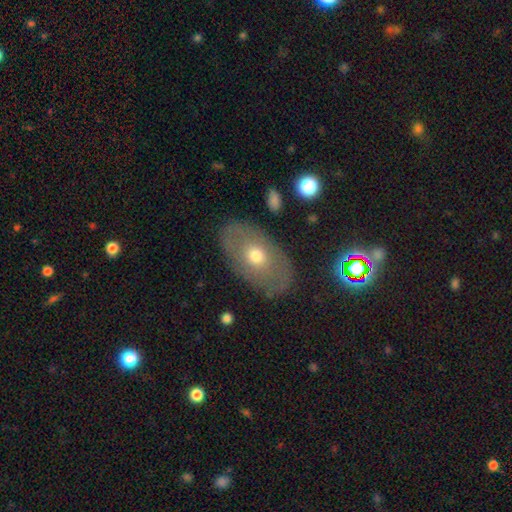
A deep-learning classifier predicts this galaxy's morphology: smooth_or_featured: smooth (p=0.47) [alt: featured or disk p=0.45]
merging: none (p=0.82) [alt: minor disturbance p=0.12]